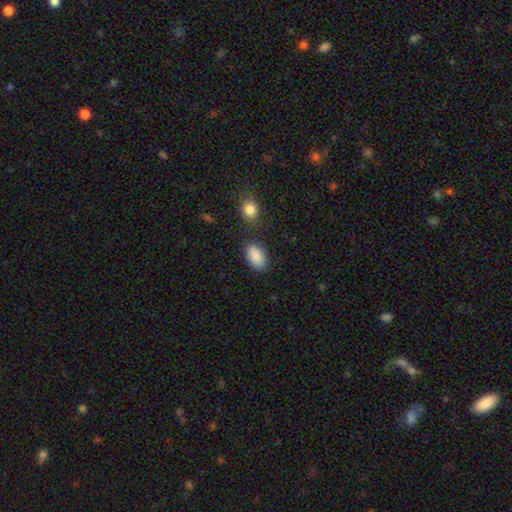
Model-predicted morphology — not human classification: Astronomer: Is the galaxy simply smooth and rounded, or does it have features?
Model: smooth — 89%.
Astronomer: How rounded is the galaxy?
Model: in between — 92%.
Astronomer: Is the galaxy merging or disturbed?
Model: none — 77%.